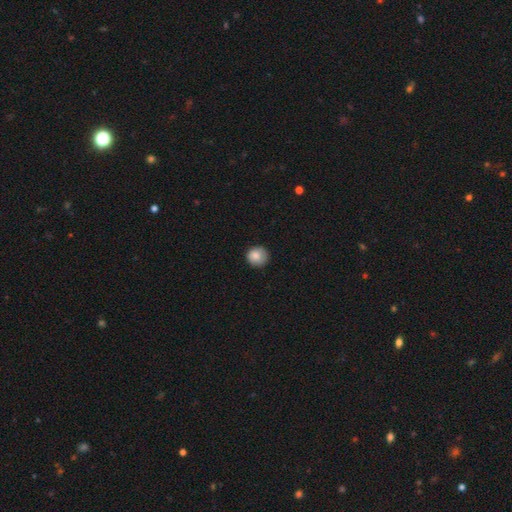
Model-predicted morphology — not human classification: Overall: smooth (84%). How rounded: round (91%). Merging: none (82%).